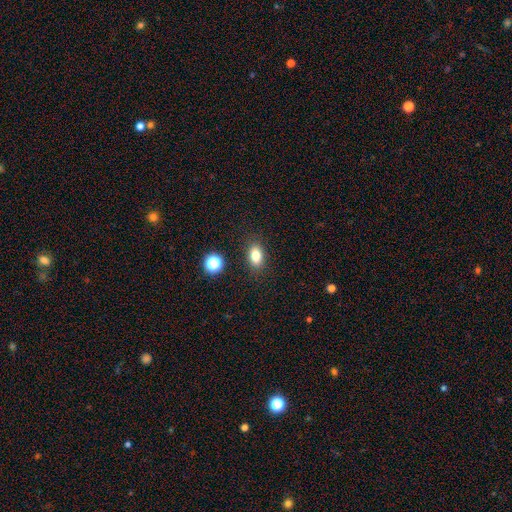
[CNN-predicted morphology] Smooth or featured: smooth — 81% (star or artifact — 11%)
How rounded: in between — 83% (round — 14%)
Merging: none — 86% (minor disturbance — 9%)